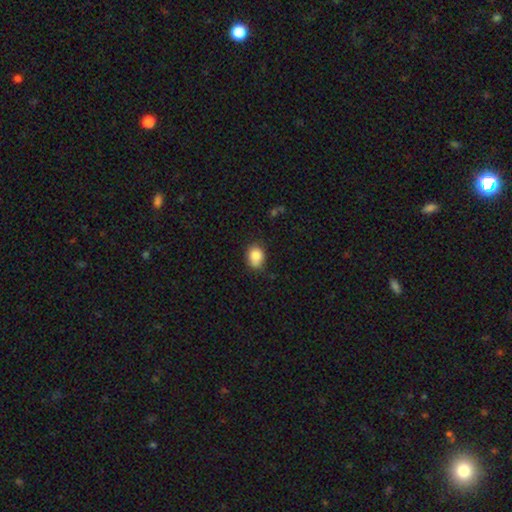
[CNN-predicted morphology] Smooth or featured? smooth (85%)
How rounded? in between (56%)
Merging? none (69%)